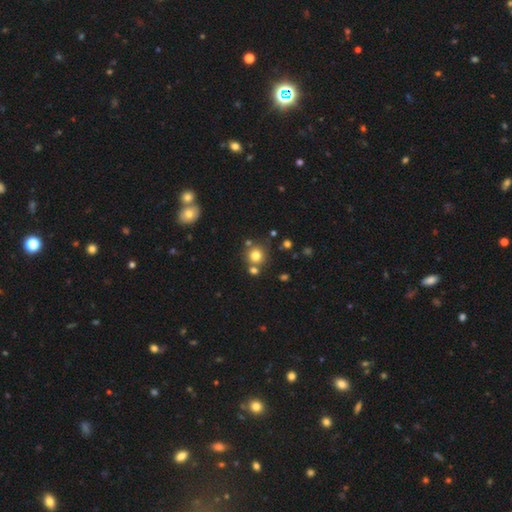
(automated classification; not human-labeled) The model was most divided on "merging": none: 70%, merger: 17%, minor disturbance: 9%, major disturbance: 3%. More confident: how rounded — round (90%); smooth or featured — smooth (78%).